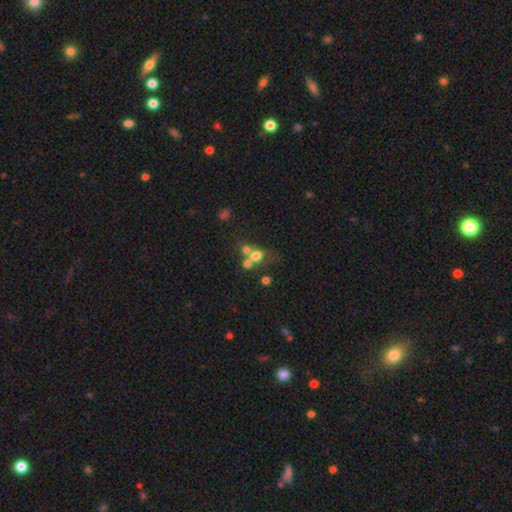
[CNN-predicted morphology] This is likely a smooth galaxy (64%). How rounded: likely round (65%). Merging: possibly merger (56%).